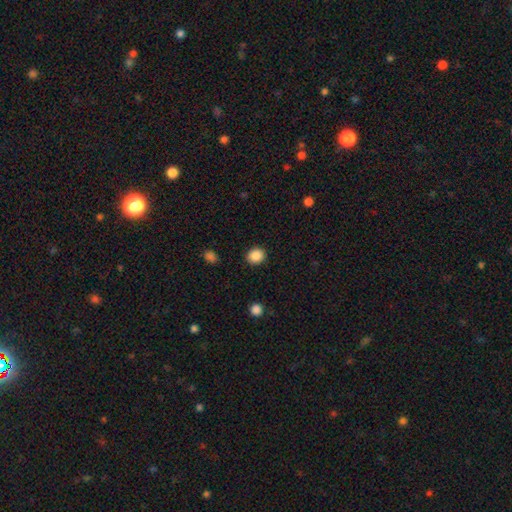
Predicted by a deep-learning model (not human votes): Smooth or featured? Predicted: smooth (p=0.88). How rounded? Predicted: round (p=0.77). Merging? Predicted: none (p=0.90).